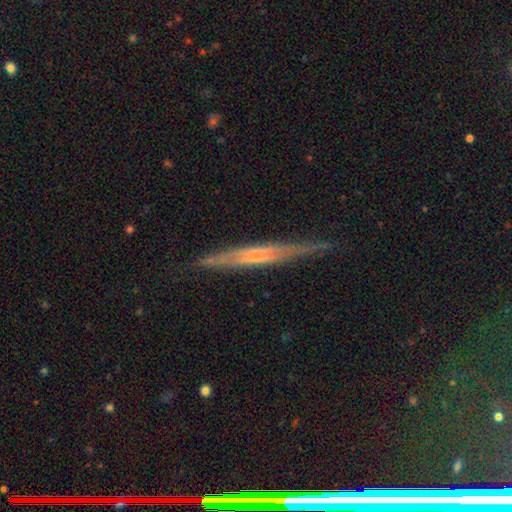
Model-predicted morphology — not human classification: This appears to be a featured or disk galaxy (68%) viewed edge-on (95%) with no central bulge (59%). Merging: none (83%).